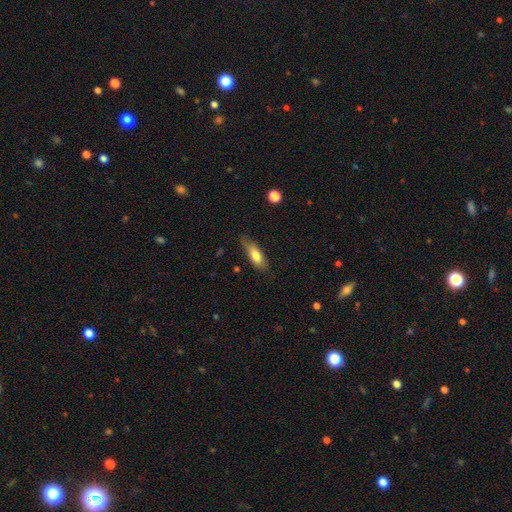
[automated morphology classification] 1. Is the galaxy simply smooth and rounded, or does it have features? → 74% smooth, 20% featured or disk, 7% star or artifact.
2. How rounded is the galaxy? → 58% in between, 40% cigar-shaped, 2% round.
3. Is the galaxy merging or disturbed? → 69% none, 24% minor disturbance, 6% major disturbance, 2% merger.